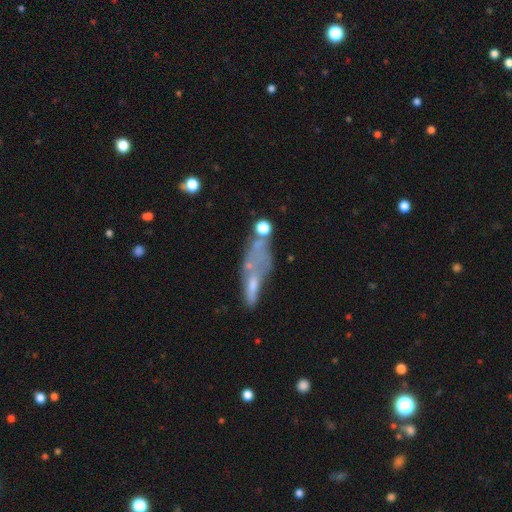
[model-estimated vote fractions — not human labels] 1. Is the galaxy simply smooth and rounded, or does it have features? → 44% smooth, 38% featured or disk, 18% star or artifact.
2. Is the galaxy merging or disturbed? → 29% none, 27% major disturbance, 26% merger, 18% minor disturbance.